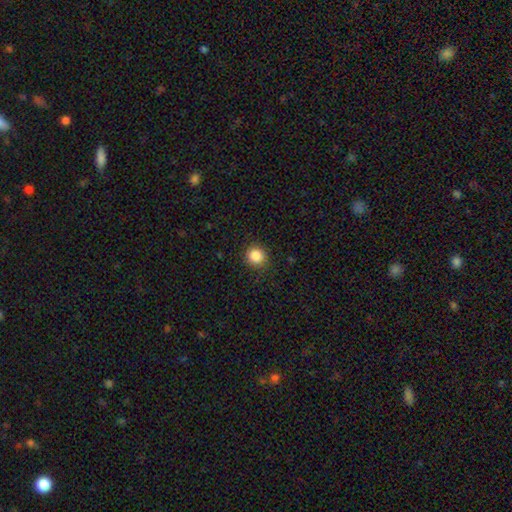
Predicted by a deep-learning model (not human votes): This is clearly a smooth galaxy (86%). How rounded: clearly round (89%). Merging: clearly none (89%).